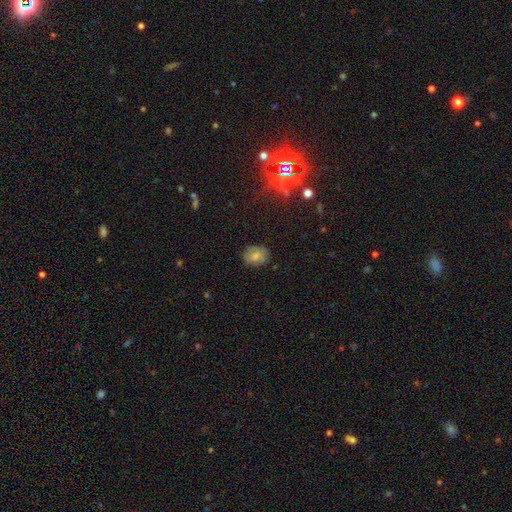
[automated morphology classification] Smooth or featured? smooth (77%)
How rounded? round (51%)
Merging? none (77%)